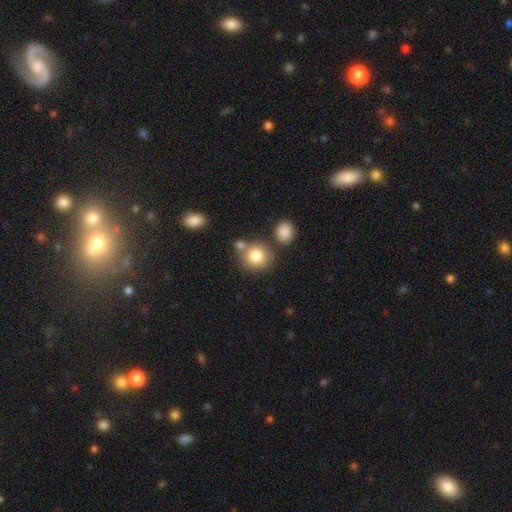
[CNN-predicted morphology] The model was most divided on "merging": none: 65%, merger: 20%, minor disturbance: 11%, major disturbance: 4%. More confident: how rounded — round (85%); smooth or featured — smooth (81%).